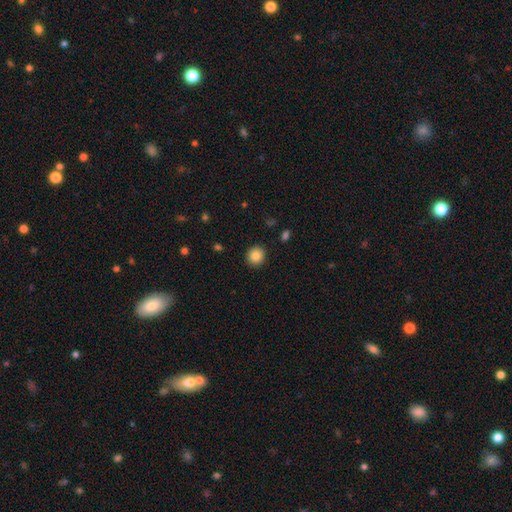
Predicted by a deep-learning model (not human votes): smooth-or-featured: smooth: 86% | star or artifact: 9% | featured or disk: 5%
  how-rounded: round: 89% | in between: 10% | cigar-shaped: 1%
  merging: none: 91% | minor disturbance: 6% | major disturbance: 2% | merger: 1%